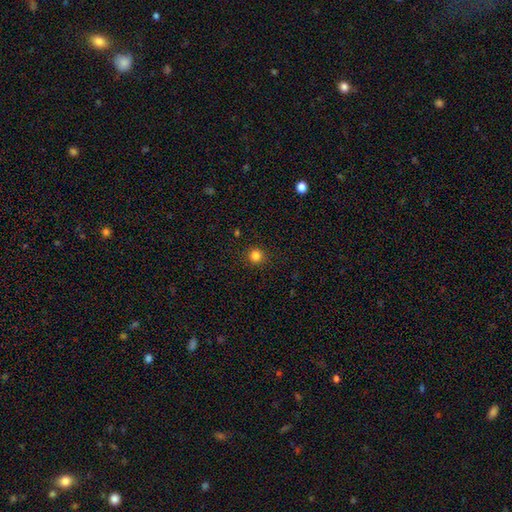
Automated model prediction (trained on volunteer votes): Morphology: type=smooth (83%); roundness=round (94%); merging=none (91%).